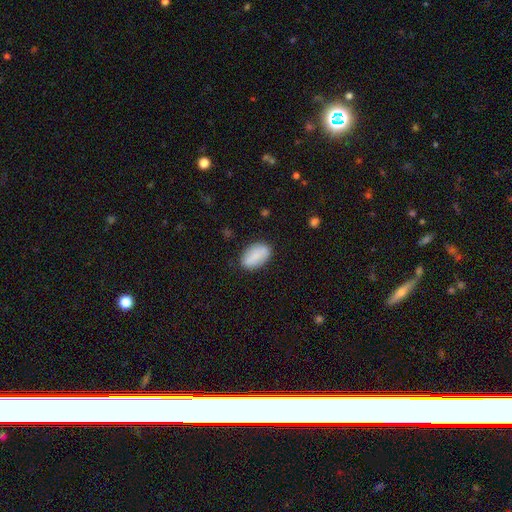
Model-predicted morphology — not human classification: type=smooth (82%); roundness=in between (92%); merging=none (81%).